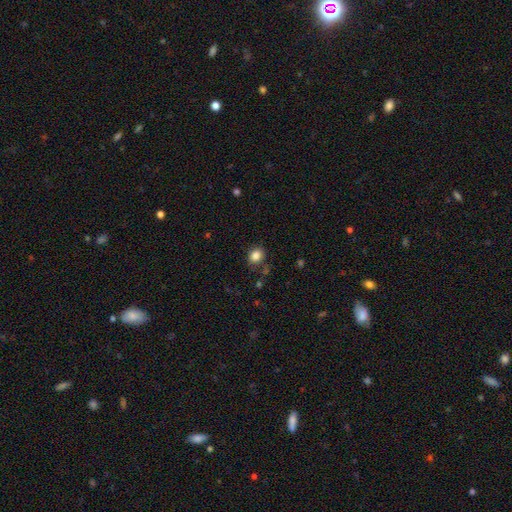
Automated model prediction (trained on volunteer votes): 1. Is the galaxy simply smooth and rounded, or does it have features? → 84% smooth, 11% star or artifact, 5% featured or disk.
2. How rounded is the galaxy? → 58% round, 41% in between, 1% cigar-shaped.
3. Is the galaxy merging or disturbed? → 79% none, 13% minor disturbance, 4% merger, 4% major disturbance.